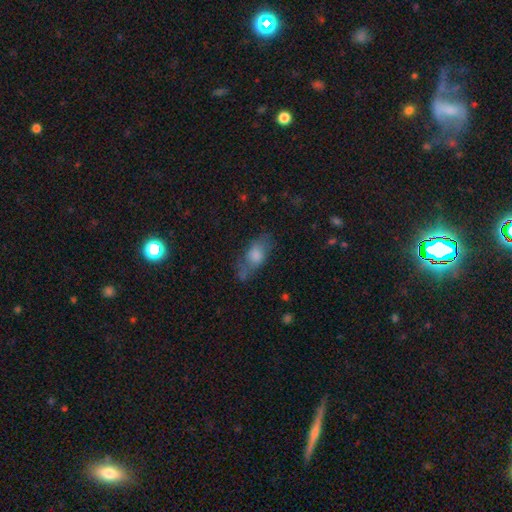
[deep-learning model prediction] This appears to be a smooth galaxy with no disk features (54%) that is in between round and cigar-shaped (72%). Merging: none (63%).